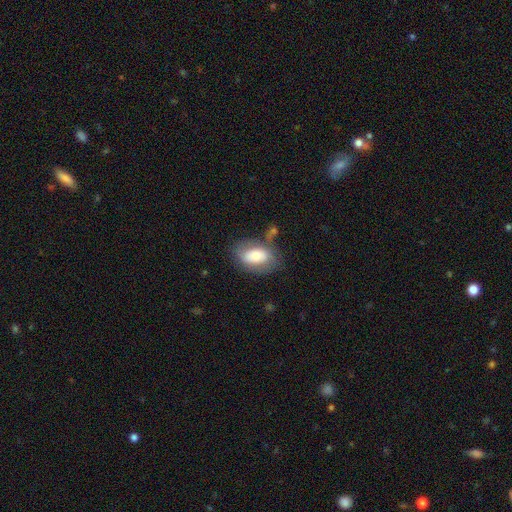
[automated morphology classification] A smooth galaxy with no disk features (63%) that is in between round and cigar-shaped (90%).

Vote fractions:
- Smooth or featured? smooth: 63% / featured or disk: 30% / star or artifact: 7%
- How rounded? in between: 90% / round: 8% / cigar-shaped: 2%
- Merging? none: 59% / minor disturbance: 23% / major disturbance: 11% / merger: 8%